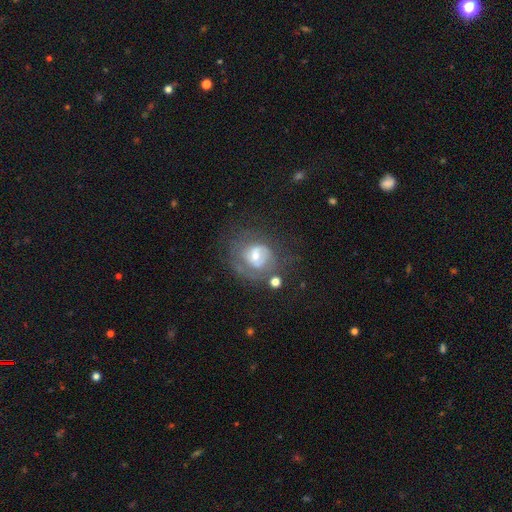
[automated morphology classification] featured or disk 62%, smooth 28%, star or artifact 10%. Down the decision tree: edge-on disk — no (96%); bar — no (48%); spiral arms — yes (62%); bulge size — moderate (51%); merging — none (51%).